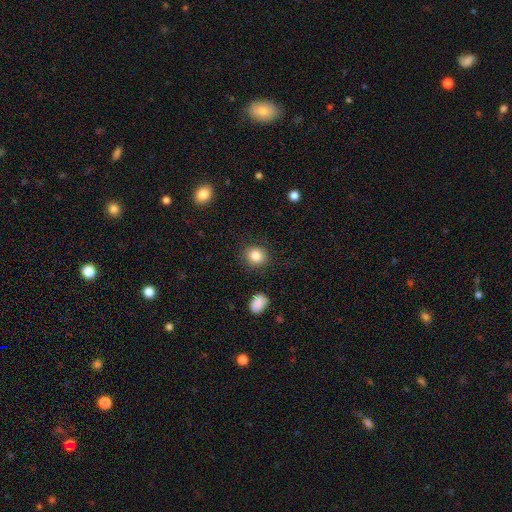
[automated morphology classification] Overall: smooth (86%). How rounded: round (80%). Merging: none (88%).